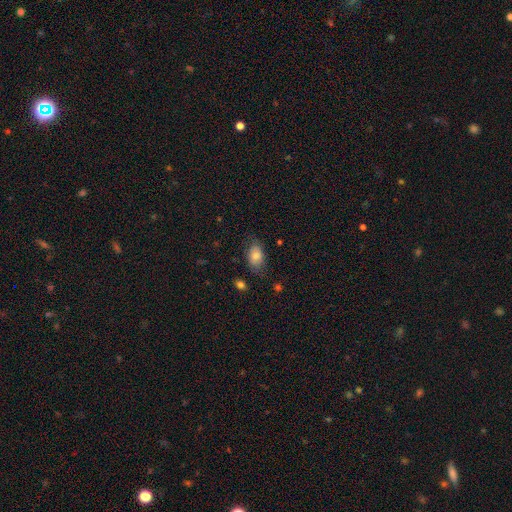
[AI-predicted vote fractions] smooth_or_featured: smooth (p=0.79) [alt: featured or disk p=0.13]
how_rounded: in between (p=0.89) [alt: round p=0.09]
merging: none (p=0.73) [alt: minor disturbance p=0.21]